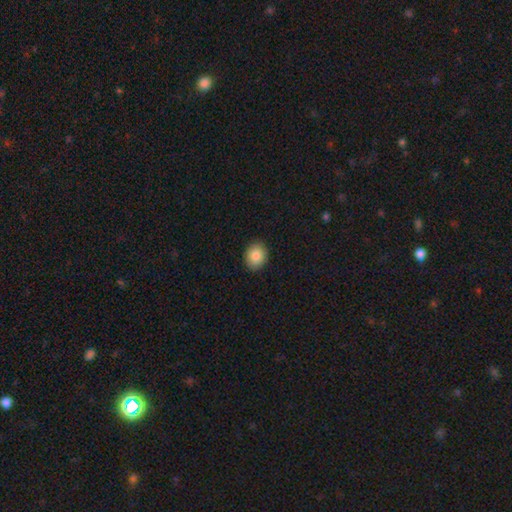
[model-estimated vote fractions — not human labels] A smooth galaxy with no disk features (86%) that is round (56%).

Vote fractions:
- Smooth or featured? smooth: 86% / star or artifact: 8% / featured or disk: 6%
- How rounded? round: 56% / in between: 43% / cigar-shaped: 1%
- Merging? none: 91% / minor disturbance: 7% / major disturbance: 2% / merger: 1%